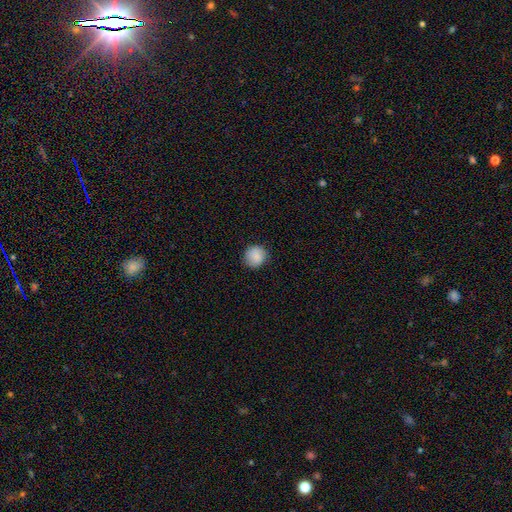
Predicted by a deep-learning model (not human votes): smooth 87%, star or artifact 8%, featured or disk 6%. Down the decision tree: how rounded — round (92%); merging — none (87%).